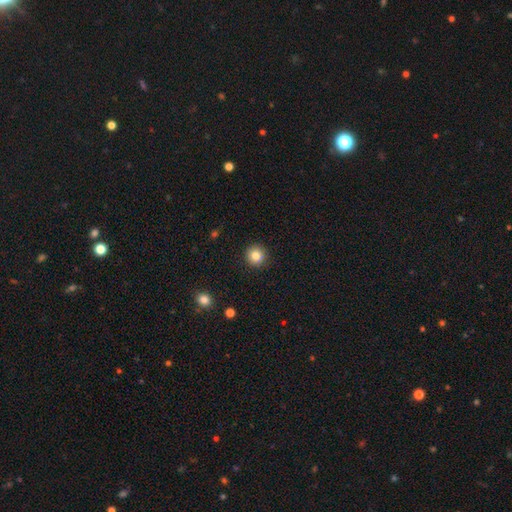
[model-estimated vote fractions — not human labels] This appears to be a smooth galaxy with no disk features (83%) that is round (95%). Merging: none (92%).